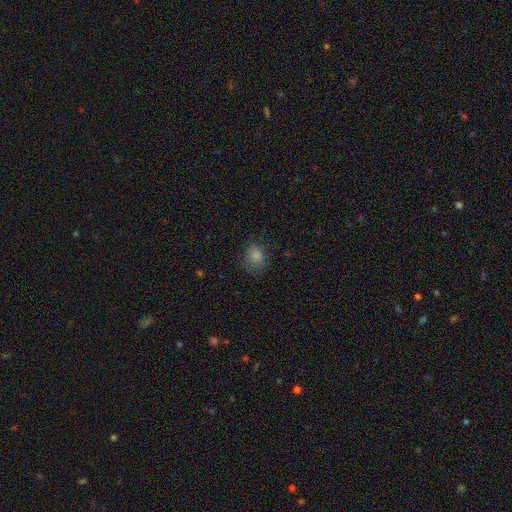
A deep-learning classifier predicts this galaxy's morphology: smooth-or-featured: smooth: 82% | star or artifact: 13% | featured or disk: 6%
  how-rounded: round: 57% | in between: 42% | cigar-shaped: 1%
  merging: none: 75% | minor disturbance: 18% | major disturbance: 6% | merger: 1%